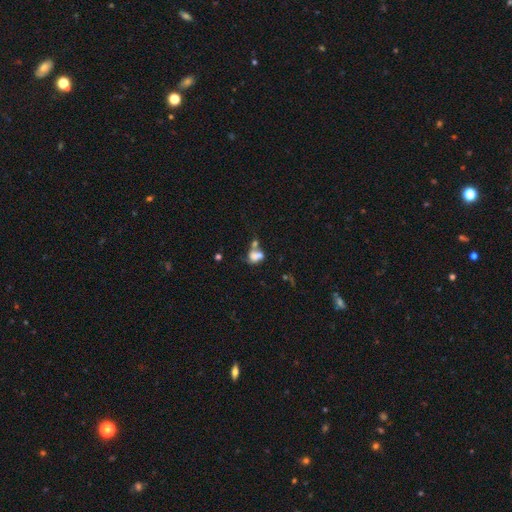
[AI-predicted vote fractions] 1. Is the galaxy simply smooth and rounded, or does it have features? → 64% smooth, 22% featured or disk, 13% star or artifact.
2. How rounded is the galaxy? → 73% in between, 24% round, 2% cigar-shaped.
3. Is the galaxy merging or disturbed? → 54% merger, 20% none, 14% major disturbance, 12% minor disturbance.